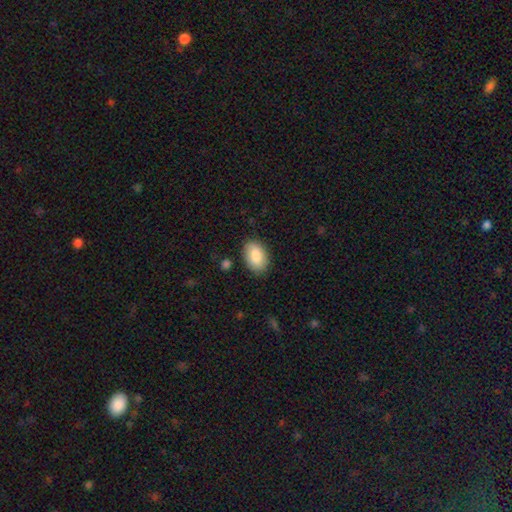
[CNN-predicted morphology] Overall: smooth (85%). How rounded: in between (90%). Merging: none (85%).